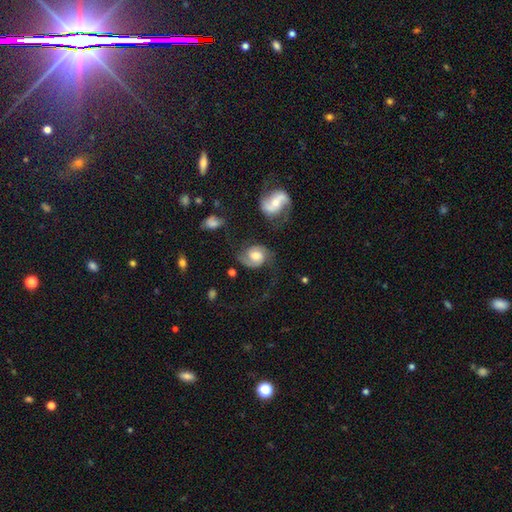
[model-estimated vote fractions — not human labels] featured or disk 70%, smooth 22%, star or artifact 7%. Down the decision tree: edge-on disk — no (97%); bar — no (55%); spiral arms — yes (93%); spiral arm count — 2 (82%); spiral winding — medium (49%); bulge size — moderate (54%); merging — none (55%).